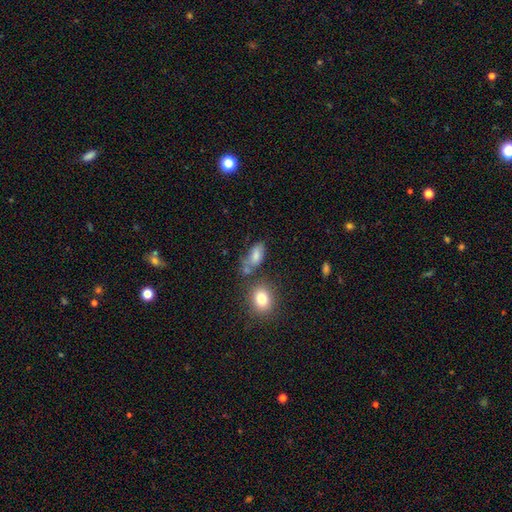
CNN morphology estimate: Smooth or featured: smooth — 75% (featured or disk — 14%)
How rounded: in between — 86% (round — 7%)
Merging: none — 47% (minor disturbance — 24%)